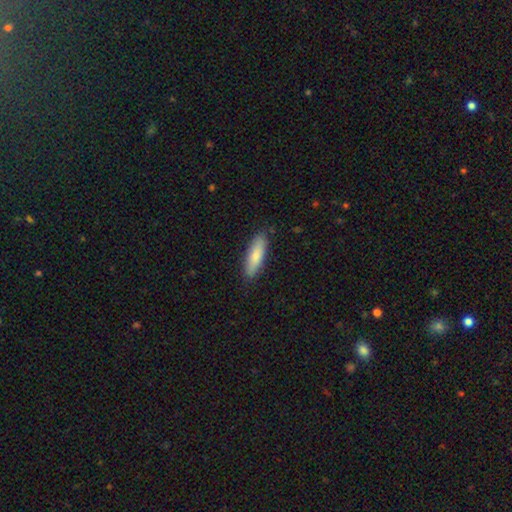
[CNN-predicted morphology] Smooth or featured?
  - smooth: 80% *
  - featured or disk: 15%
  - star or artifact: 5%
How rounded?
  - cigar-shaped: 55% *
  - in between: 43%
  - round: 2%
Merging?
  - none: 86% *
  - minor disturbance: 11%
  - major disturbance: 2%
  - merger: 1%